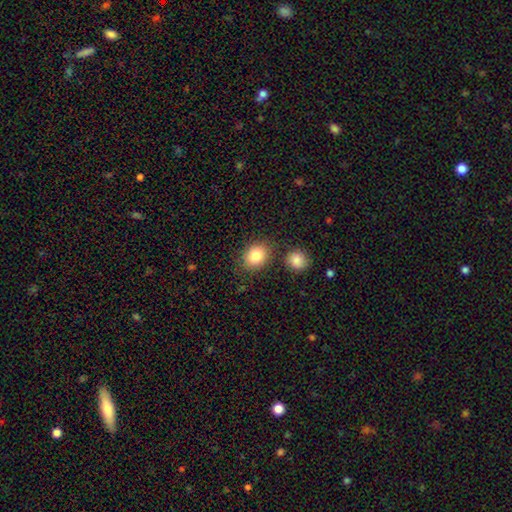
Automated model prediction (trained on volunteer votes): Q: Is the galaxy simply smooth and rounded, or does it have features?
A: smooth — 84%.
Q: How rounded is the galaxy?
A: round — 53%.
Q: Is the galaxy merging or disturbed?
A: none — 78%.